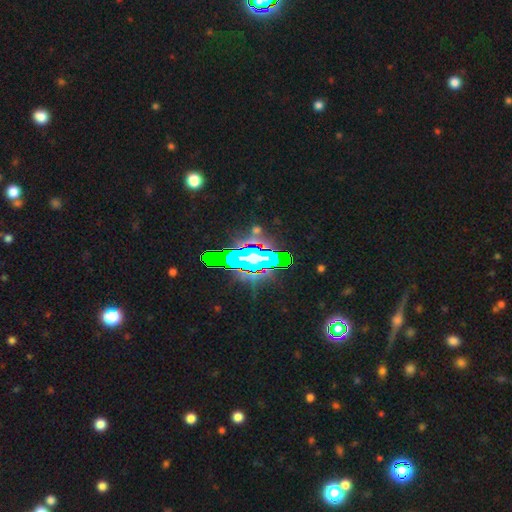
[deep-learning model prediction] smooth_or_featured: star or artifact (p=0.77) [alt: smooth p=0.12]